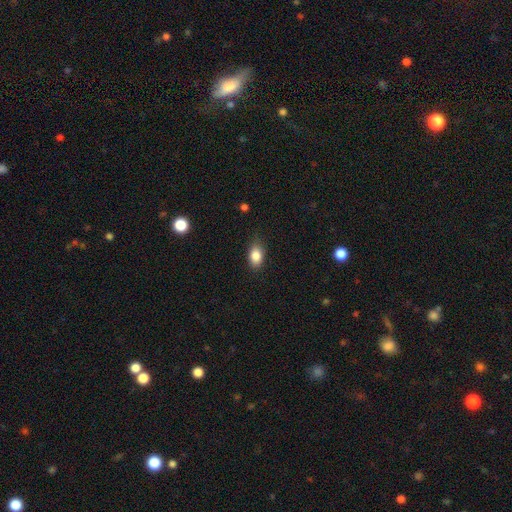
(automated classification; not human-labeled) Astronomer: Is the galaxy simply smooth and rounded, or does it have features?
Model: smooth — 85%.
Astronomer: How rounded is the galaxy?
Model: in between — 83%.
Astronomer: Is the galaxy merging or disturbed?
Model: none — 76%.